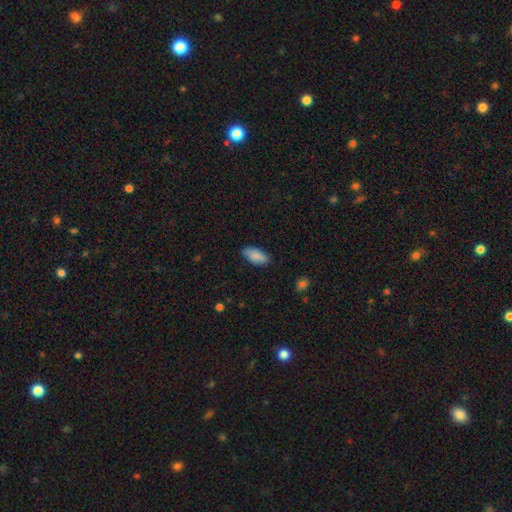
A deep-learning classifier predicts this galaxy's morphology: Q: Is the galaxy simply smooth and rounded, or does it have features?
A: smooth — 84%.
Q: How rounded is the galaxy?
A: in between — 90%.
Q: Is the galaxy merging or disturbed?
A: none — 79%.